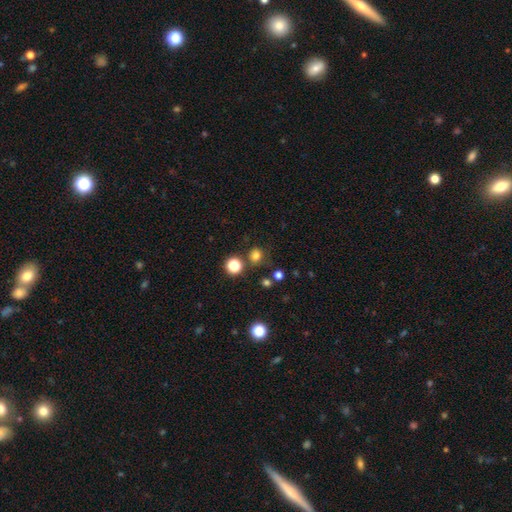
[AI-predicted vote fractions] Q: Smooth or featured?
A: smooth (76%); runner-up: star or artifact (19%)
Q: How rounded?
A: round (86%); runner-up: in between (13%)
Q: Merging?
A: none (77%); runner-up: minor disturbance (11%)